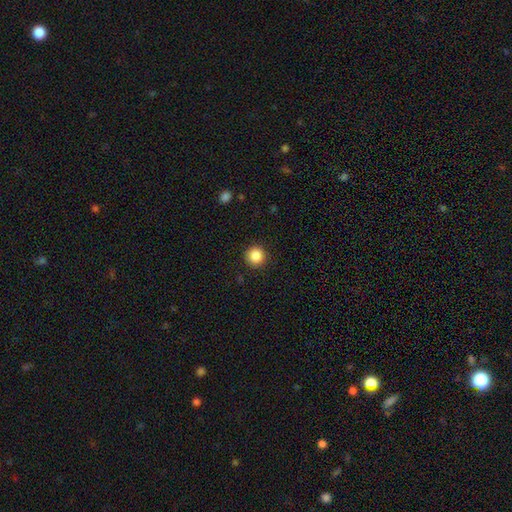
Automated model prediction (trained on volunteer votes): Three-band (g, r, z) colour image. It shows a smooth galaxy with no disk features (87%) that is round (95%). Merging: none (91%).